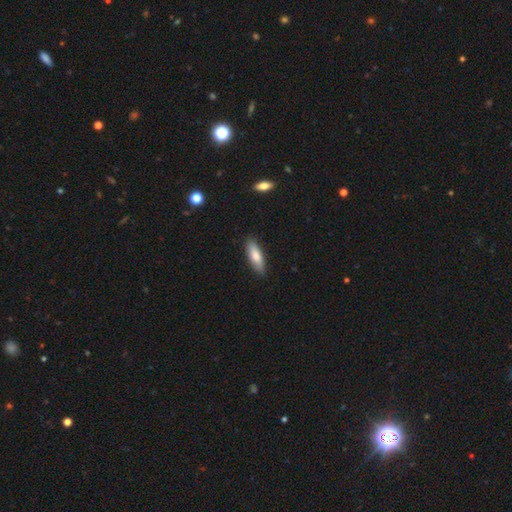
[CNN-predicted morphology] This appears to be a smooth galaxy with no disk features (78%) that is in between round and cigar-shaped (53%). Merging: none (87%).